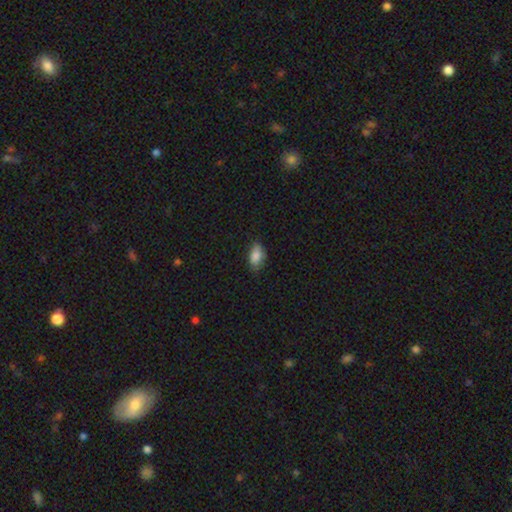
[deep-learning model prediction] Q: Smooth or featured?
A: smooth (86%); runner-up: star or artifact (8%)
Q: How rounded?
A: in between (90%); runner-up: round (6%)
Q: Merging?
A: none (73%); runner-up: minor disturbance (22%)